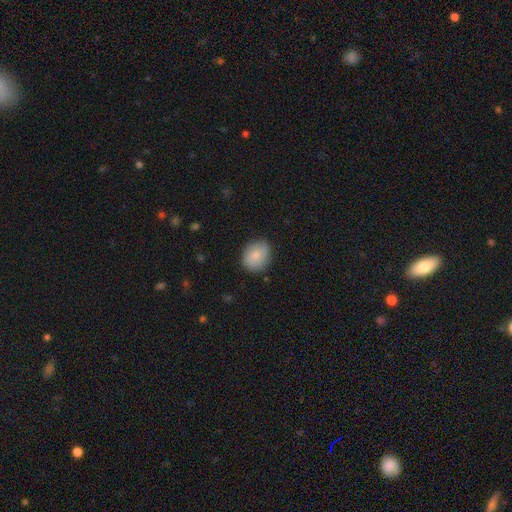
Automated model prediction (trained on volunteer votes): smooth-or-featured: smooth: 80% | featured or disk: 13% | star or artifact: 7%
  how-rounded: round: 59% | in between: 40% | cigar-shaped: 1%
  merging: none: 82% | minor disturbance: 14% | major disturbance: 3% | merger: 1%